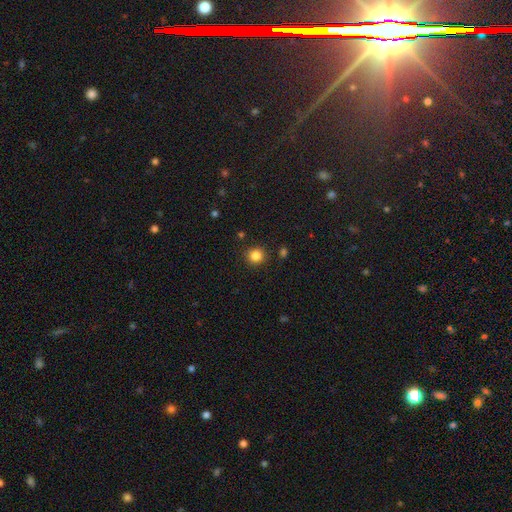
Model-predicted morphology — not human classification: The model was most divided on "smooth or featured": smooth: 84%, star or artifact: 12%, featured or disk: 4%. More confident: how rounded — round (92%); merging — none (90%).